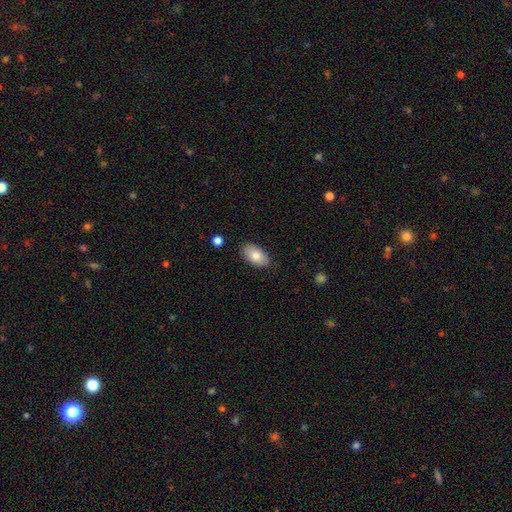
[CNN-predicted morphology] Q: Smooth or featured?
A: smooth (80%); runner-up: featured or disk (13%)
Q: How rounded?
A: in between (94%); runner-up: round (4%)
Q: Merging?
A: none (83%); runner-up: minor disturbance (13%)